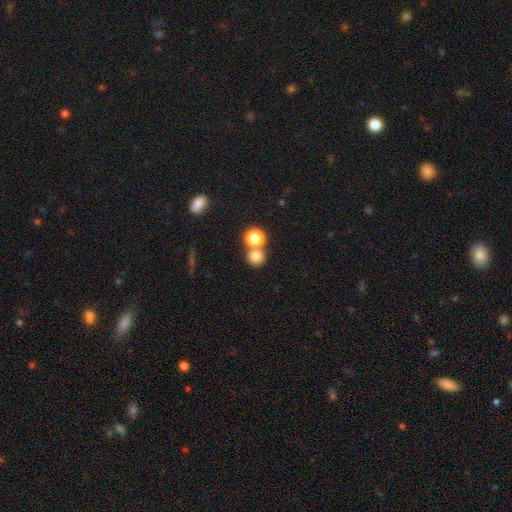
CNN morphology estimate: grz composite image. It shows a smooth galaxy with no disk features (78%) that is round (88%). Merging: none (57%).